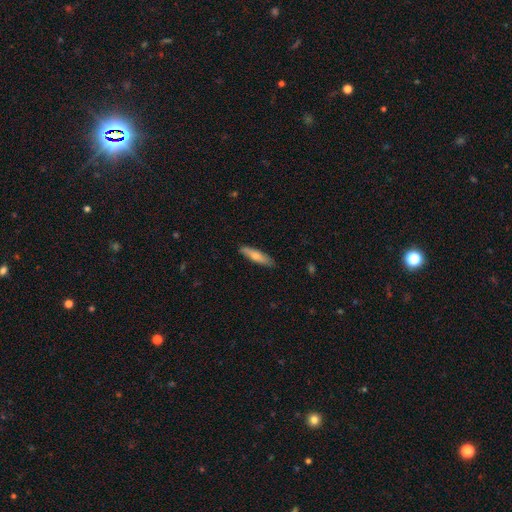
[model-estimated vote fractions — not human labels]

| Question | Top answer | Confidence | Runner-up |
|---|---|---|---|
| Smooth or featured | smooth | 66% | featured or disk (28%) |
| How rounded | cigar-shaped | 76% | in between (22%) |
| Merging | none | 87% | minor disturbance (11%) |